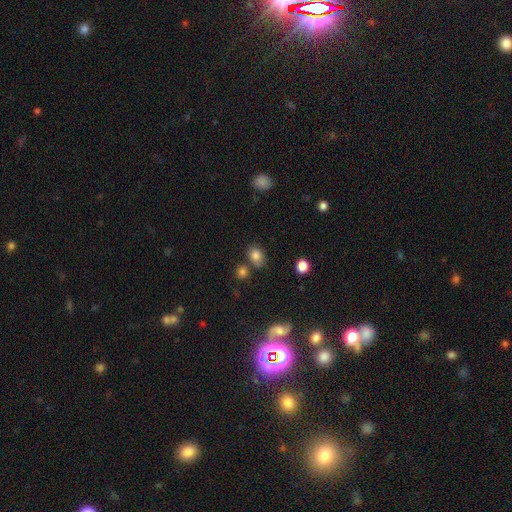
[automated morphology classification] Smooth or featured?
  - smooth: 81% *
  - star or artifact: 12%
  - featured or disk: 7%
How rounded?
  - in between: 56% *
  - round: 42%
  - cigar-shaped: 1%
Merging?
  - none: 68% *
  - minor disturbance: 14%
  - merger: 13%
  - major disturbance: 4%